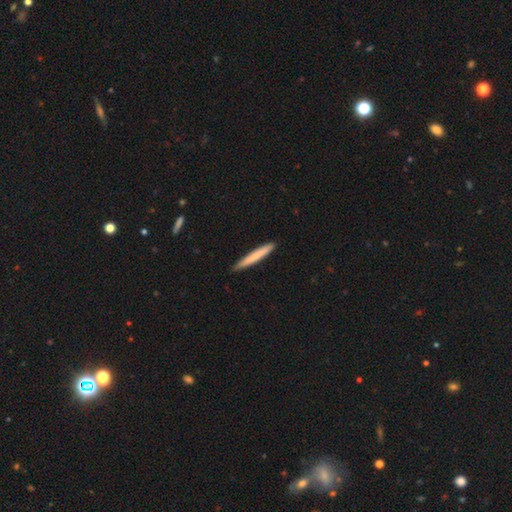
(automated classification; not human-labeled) Smooth or featured?
  - smooth: 74% *
  - featured or disk: 21%
  - star or artifact: 5%
How rounded?
  - cigar-shaped: 96% *
  - in between: 3%
  - round: 1%
Merging?
  - none: 89% *
  - minor disturbance: 8%
  - major disturbance: 1%
  - merger: 1%